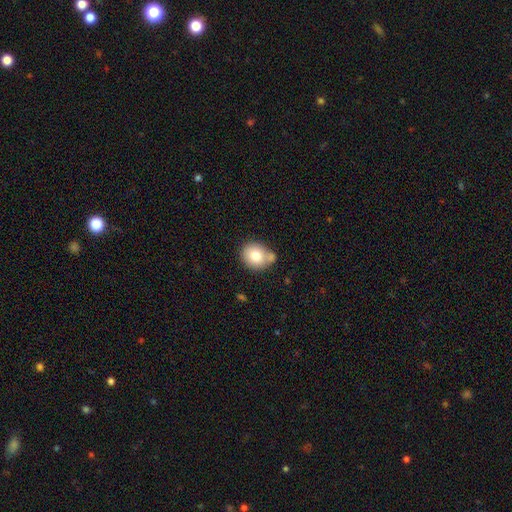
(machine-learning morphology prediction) A smooth galaxy with no disk features (76%) that is round (74%). Merging: none (57%).